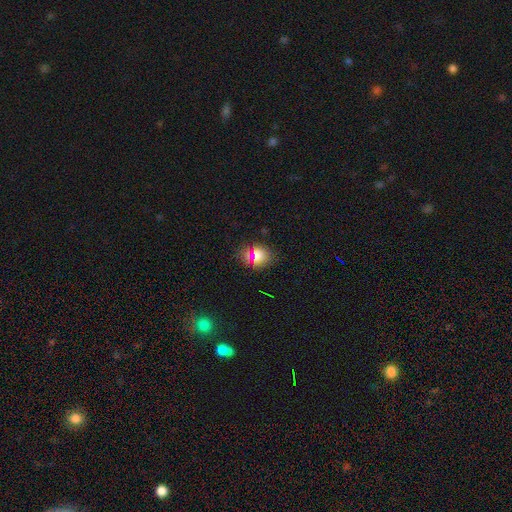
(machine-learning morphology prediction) Smooth or featured: smooth — 69% (star or artifact — 24%)
How rounded: round — 66% (in between — 31%)
Merging: none — 82% (minor disturbance — 11%)